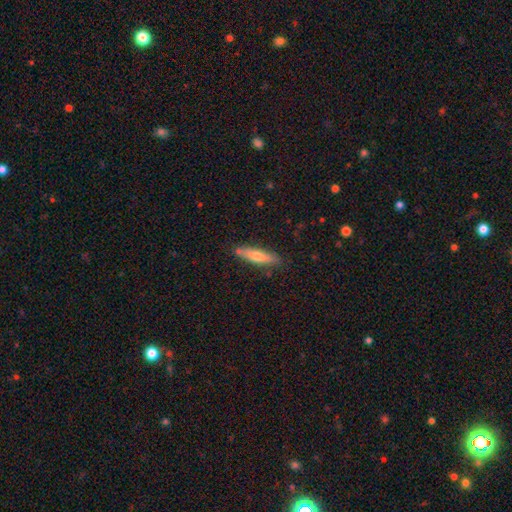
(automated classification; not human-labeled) smooth-or-featured: smooth: 59% | featured or disk: 35% | star or artifact: 6%
  how-rounded: cigar-shaped: 81% | in between: 17% | round: 2%
  merging: none: 86% | minor disturbance: 10% | major disturbance: 2% | merger: 2%